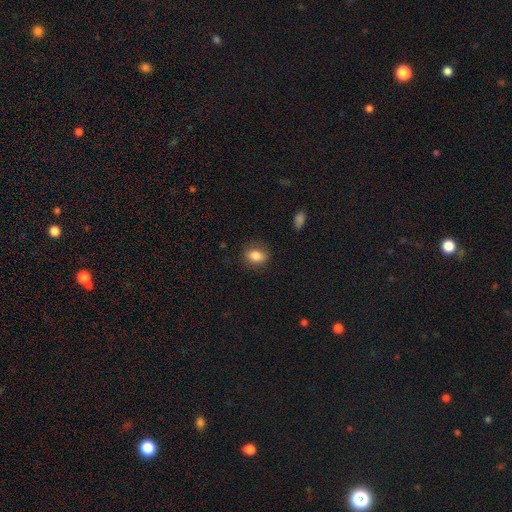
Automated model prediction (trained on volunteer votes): smooth 84%, star or artifact 9%, featured or disk 7%. Down the decision tree: how rounded — in between (68%); merging — none (82%).